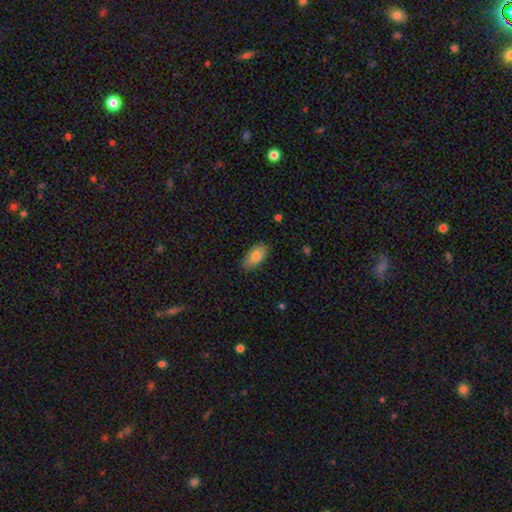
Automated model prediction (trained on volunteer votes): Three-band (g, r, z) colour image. It shows a smooth galaxy with no disk features (80%) that is in between round and cigar-shaped (92%). Merging: none (82%).